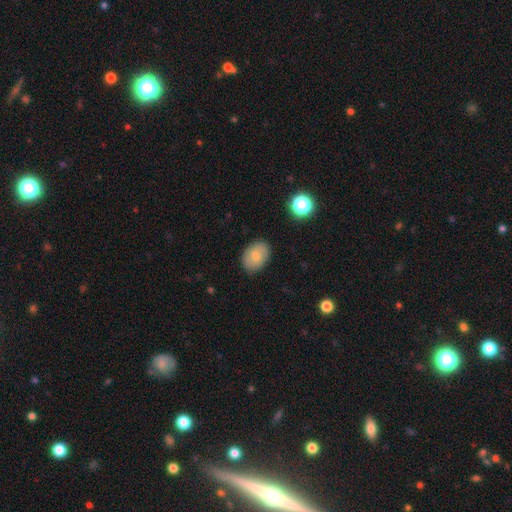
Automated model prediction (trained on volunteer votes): Smooth or featured?
  - smooth: 74% *
  - featured or disk: 17%
  - star or artifact: 9%
How rounded?
  - in between: 74% *
  - round: 25%
  - cigar-shaped: 1%
Merging?
  - none: 86% *
  - minor disturbance: 10%
  - major disturbance: 2%
  - merger: 1%